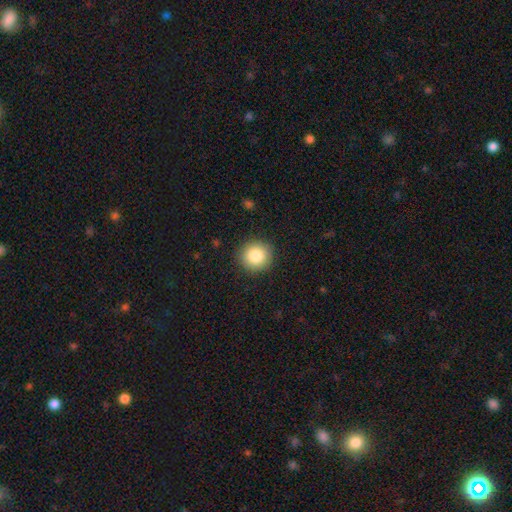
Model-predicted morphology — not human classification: type=smooth (85%); roundness=round (92%); merging=none (91%).